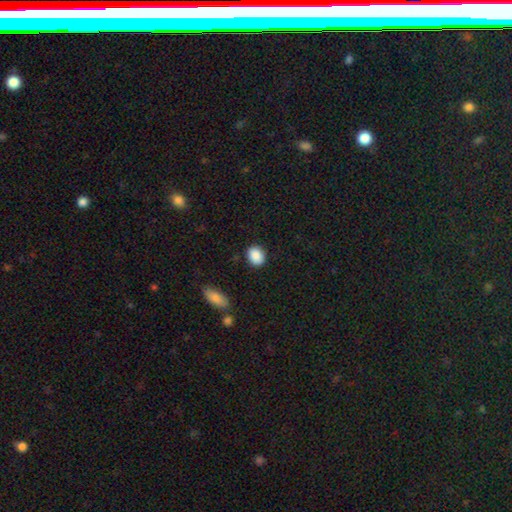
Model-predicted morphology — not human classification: A smooth galaxy with no disk features (89%) that is in between round and cigar-shaped (54%).

Vote fractions:
- Smooth or featured? smooth: 89% / star or artifact: 8% / featured or disk: 3%
- How rounded? in between: 54% / round: 45% / cigar-shaped: 1%
- Merging? none: 88% / minor disturbance: 8% / major disturbance: 2% / merger: 2%